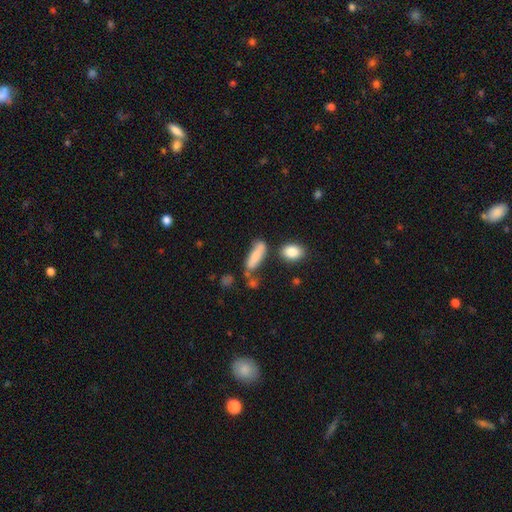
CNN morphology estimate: This appears to be a smooth galaxy with no disk features (79%) that is cigar-shaped (54%). Merging: none (56%).